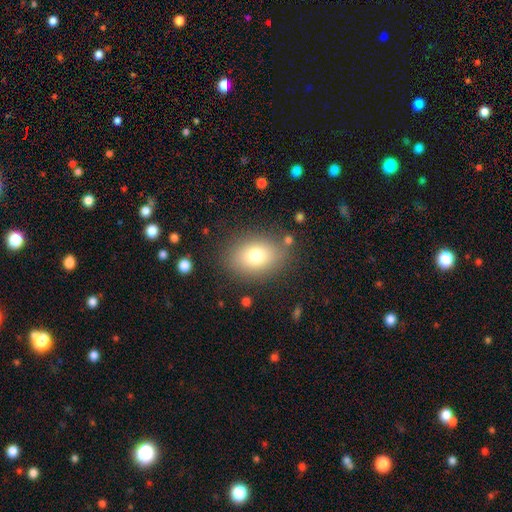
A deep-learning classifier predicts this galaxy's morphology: This appears to be a smooth galaxy with no disk features (76%) that is in between round and cigar-shaped (64%). Merging: none (80%).